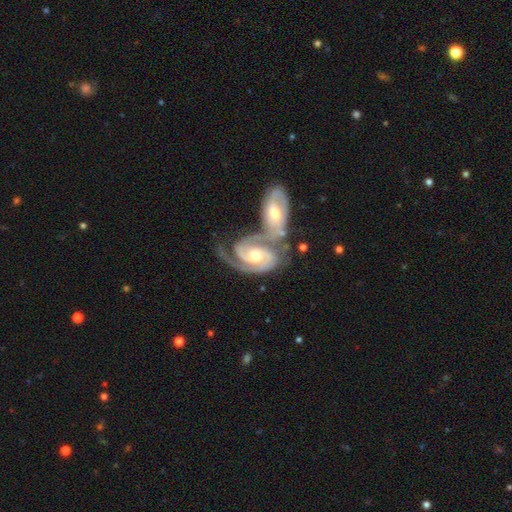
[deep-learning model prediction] Smooth or featured? featured or disk (90%)
Edge-on disk? no (96%)
Bar? no (50%)
Spiral arms? yes (98%)
Spiral winding? tight (54%)
Spiral arm count? 2 (77%)
Bulge size? moderate (68%)
Merging? merger (60%)